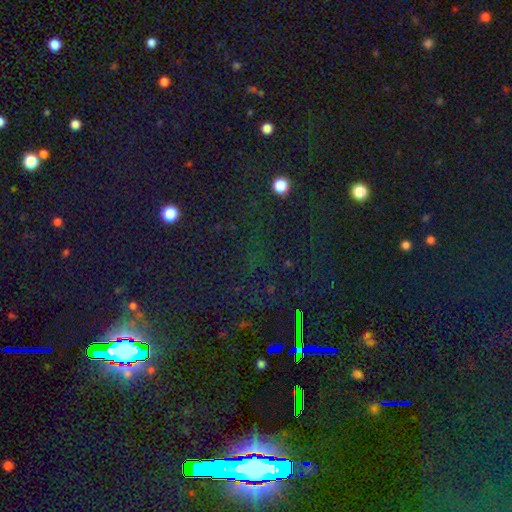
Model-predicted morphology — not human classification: type=star or artifact (81%).